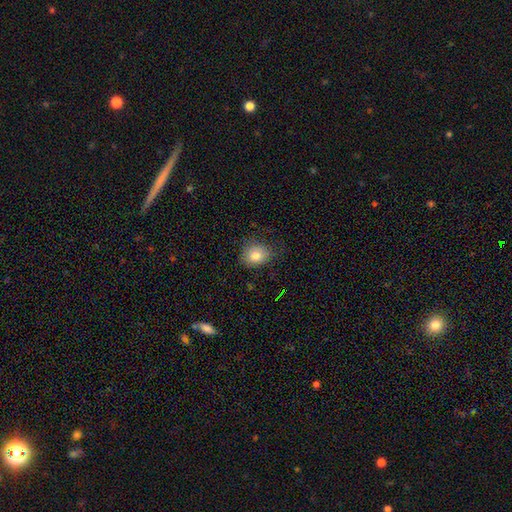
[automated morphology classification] This is clearly a smooth galaxy (80%). How rounded: likely round (63%). Merging: likely none (72%).